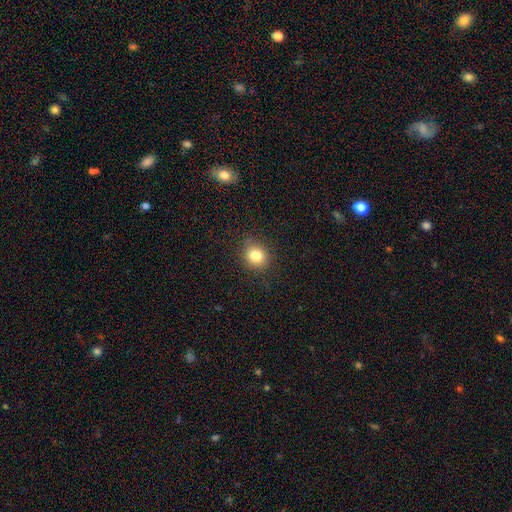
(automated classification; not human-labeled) smooth 81%, star or artifact 12%, featured or disk 7%. Down the decision tree: how rounded — round (77%); merging — none (88%).